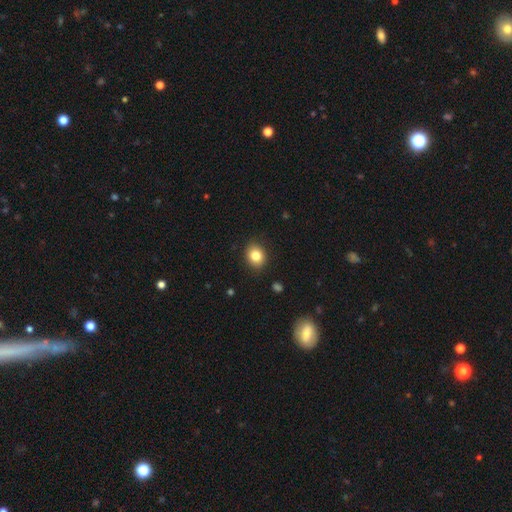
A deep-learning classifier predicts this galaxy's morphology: The model was most divided on "how rounded": round: 59%, in between: 40%, cigar-shaped: 1%. More confident: merging — none (87%); smooth or featured — smooth (83%).